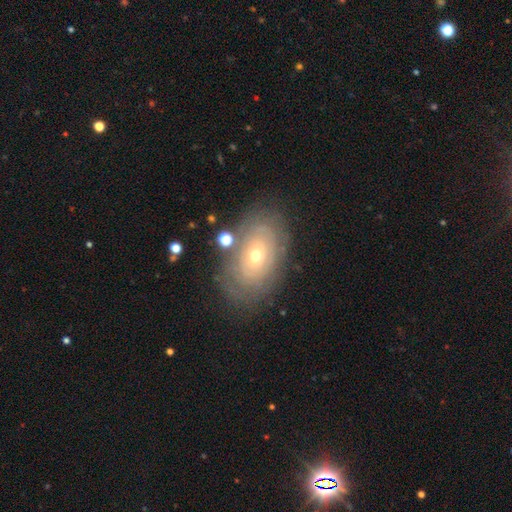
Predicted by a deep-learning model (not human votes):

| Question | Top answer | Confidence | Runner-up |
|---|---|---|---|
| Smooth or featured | featured or disk | 63% | smooth (28%) |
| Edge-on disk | no | 93% | yes (7%) |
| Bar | no | 85% | weak (12%) |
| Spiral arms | yes | 62% | no (38%) |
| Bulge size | small | 56% | moderate (40%) |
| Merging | none | 76% | minor disturbance (15%) |